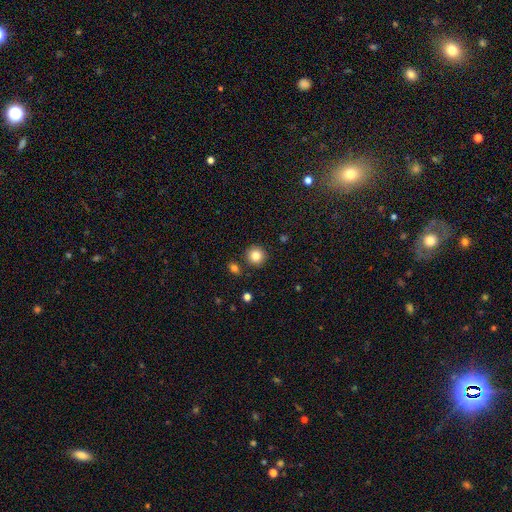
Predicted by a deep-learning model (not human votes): This appears to be a smooth galaxy with no disk features (84%) that is round (93%). Merging: none (87%).